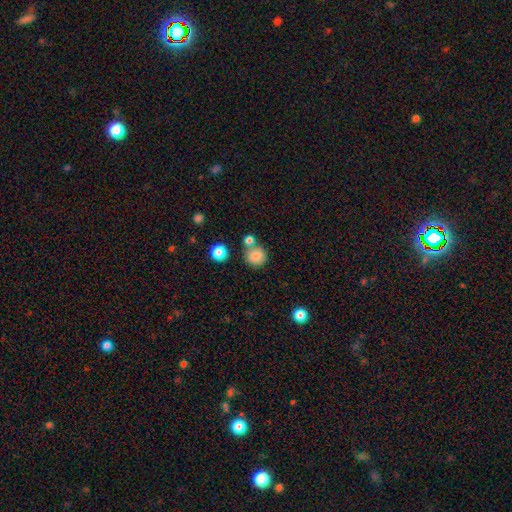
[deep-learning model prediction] smooth_or_featured: smooth (p=0.83) [alt: star or artifact p=0.10]
how_rounded: round (p=0.91) [alt: in between p=0.08]
merging: none (p=0.68) [alt: merger p=0.19]